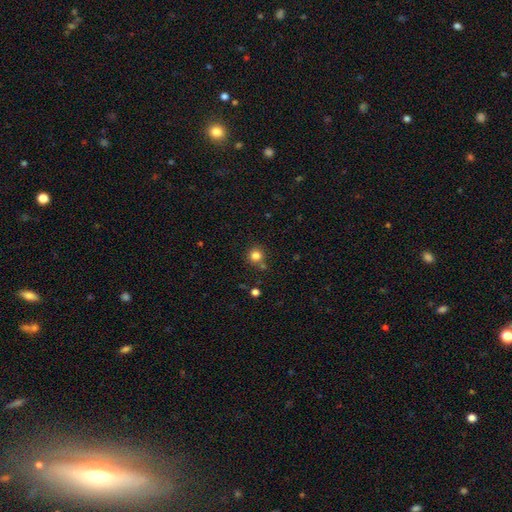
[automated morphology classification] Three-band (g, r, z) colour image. It shows a smooth galaxy with no disk features (82%) that is round (92%). Merging: none (76%).